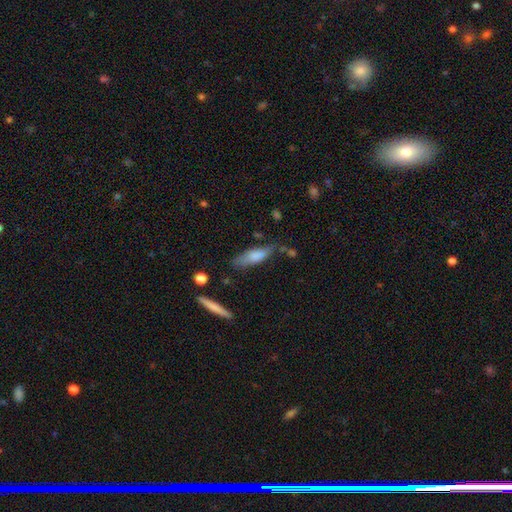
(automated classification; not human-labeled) The model was most divided on "how rounded": cigar-shaped: 53%, in between: 45%, round: 2%. More confident: smooth or featured — smooth (74%); merging — none (58%).